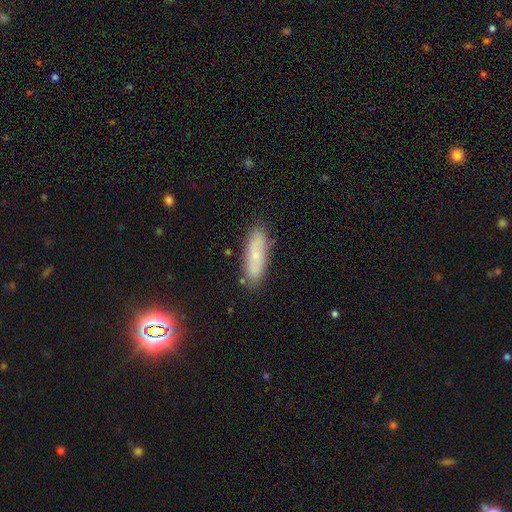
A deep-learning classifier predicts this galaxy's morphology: Q: Smooth or featured?
A: smooth (60%); runner-up: featured or disk (31%)
Q: How rounded?
A: in between (51%); runner-up: cigar-shaped (47%)
Q: Merging?
A: none (82%); runner-up: minor disturbance (13%)